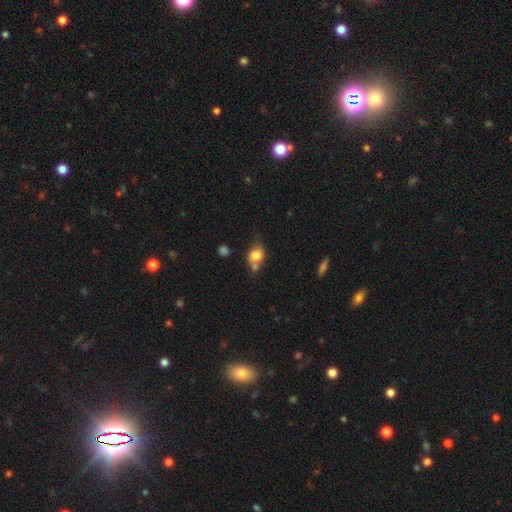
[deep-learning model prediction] Q: Smooth or featured?
A: smooth (79%); runner-up: featured or disk (12%)
Q: How rounded?
A: round (51%); runner-up: in between (48%)
Q: Merging?
A: none (39%); runner-up: merger (37%)